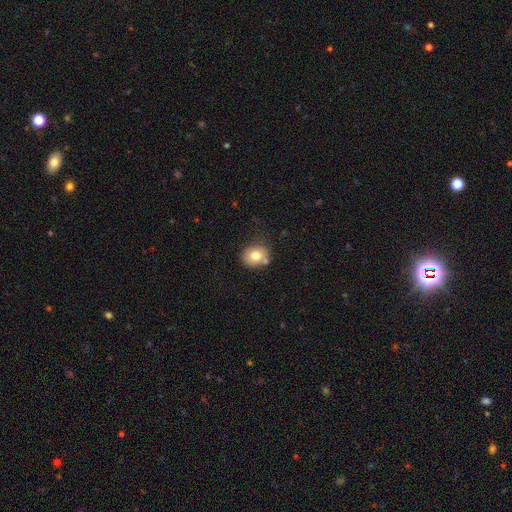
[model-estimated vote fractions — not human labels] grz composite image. It shows a smooth galaxy with no disk features (76%) that is round (66%). Merging: none (69%).